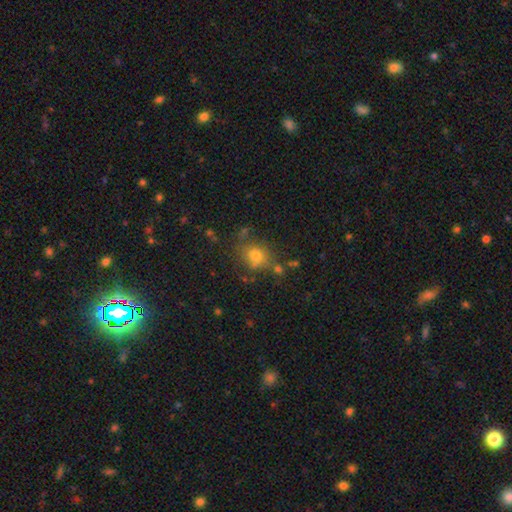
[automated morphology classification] type=smooth (73%); roundness=round (72%); merging=none (69%).